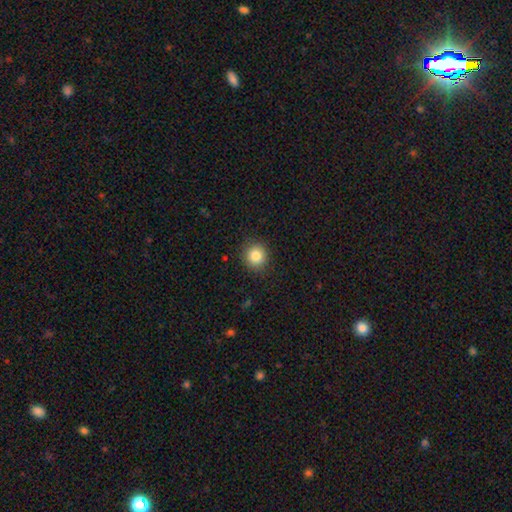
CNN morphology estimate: A smooth galaxy with no disk features (84%) that is round (87%). Merging: none (88%).